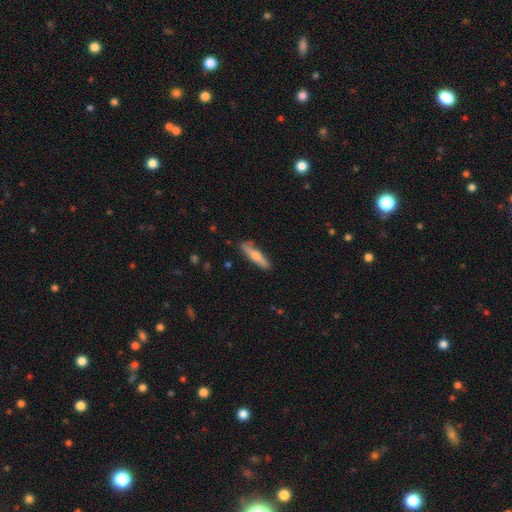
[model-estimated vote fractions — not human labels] smooth_or_featured: smooth (p=0.54) [alt: featured or disk p=0.40]
how_rounded: cigar-shaped (p=0.84) [alt: in between p=0.14]
merging: none (p=0.86) [alt: minor disturbance p=0.11]